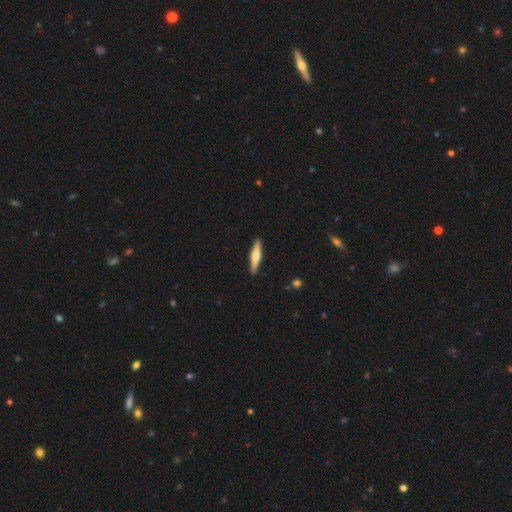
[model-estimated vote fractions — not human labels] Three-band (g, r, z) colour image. It shows a smooth galaxy with no disk features (48%). Merging: none (91%).